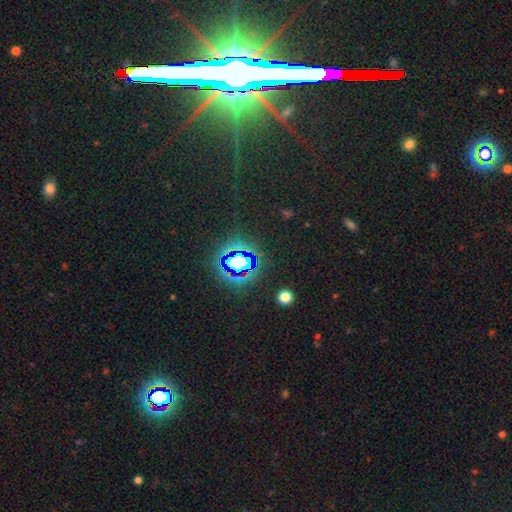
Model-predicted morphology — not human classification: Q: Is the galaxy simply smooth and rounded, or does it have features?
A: star or artifact — 77%.